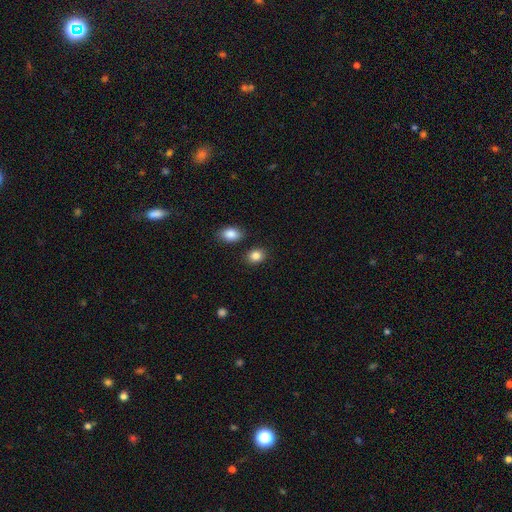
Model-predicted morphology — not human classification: Smooth or featured: smooth — 86% (star or artifact — 9%)
How rounded: in between — 51% (round — 48%)
Merging: none — 83% (minor disturbance — 9%)